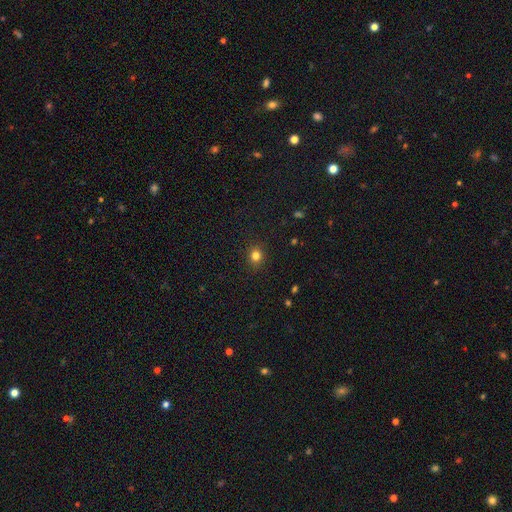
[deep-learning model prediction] Smooth or featured? Predicted: smooth (p=0.81). How rounded? Predicted: round (p=0.84). Merging? Predicted: none (p=0.90).